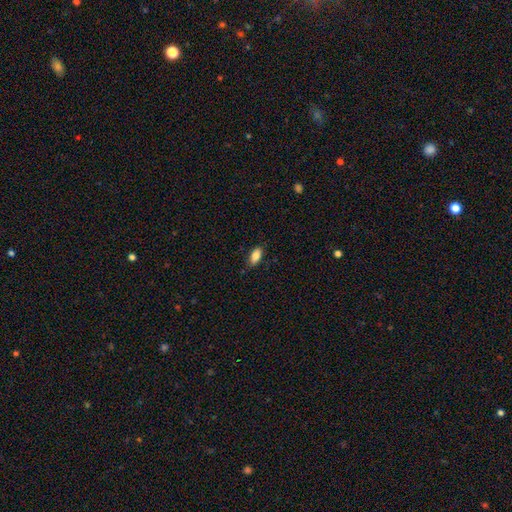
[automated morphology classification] Overall: smooth (84%). How rounded: in between (89%). Merging: none (83%).